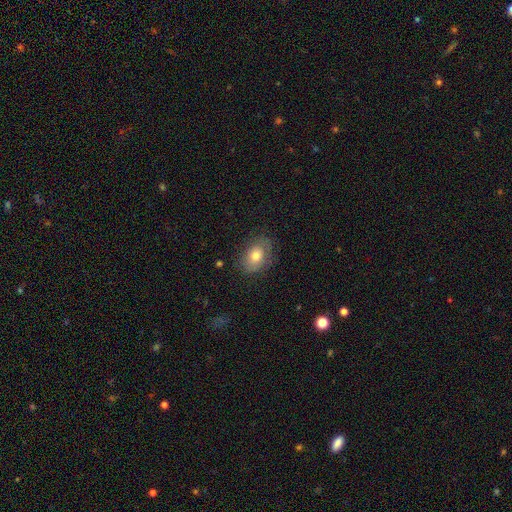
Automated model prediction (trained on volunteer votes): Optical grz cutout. It shows a smooth galaxy with no disk features (72%) that is in between round and cigar-shaped (80%). Merging: none (74%).